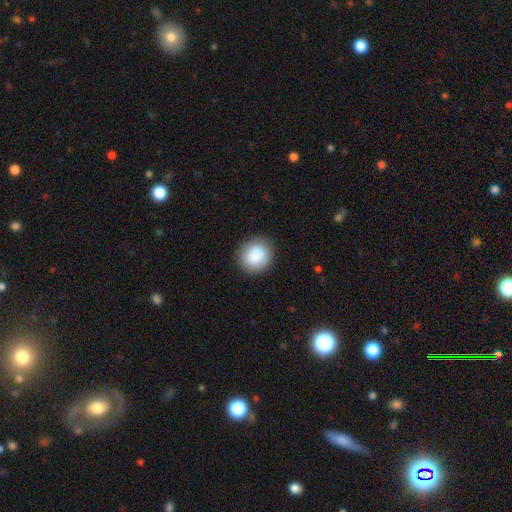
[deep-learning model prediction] A smooth galaxy with no disk features (87%) that is round (79%).

Vote fractions:
- Smooth or featured? smooth: 87% / star or artifact: 7% / featured or disk: 5%
- How rounded? round: 79% / in between: 20% / cigar-shaped: 1%
- Merging? none: 86% / minor disturbance: 10% / major disturbance: 3% / merger: 1%